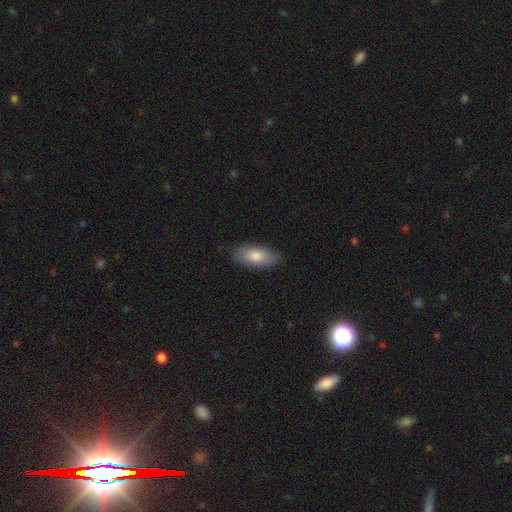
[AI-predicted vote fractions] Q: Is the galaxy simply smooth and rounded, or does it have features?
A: smooth — 81%.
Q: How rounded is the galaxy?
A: in between — 85%.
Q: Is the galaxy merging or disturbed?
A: none — 86%.